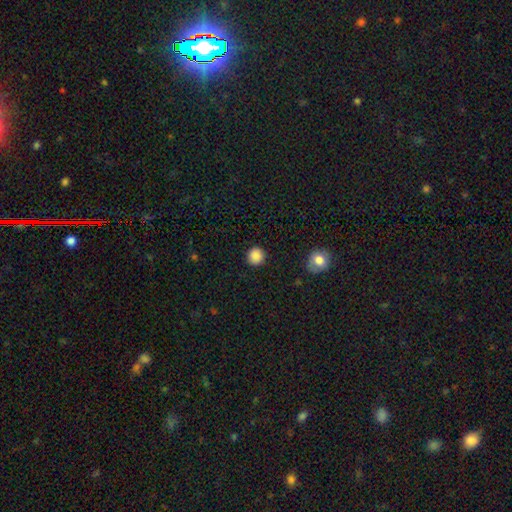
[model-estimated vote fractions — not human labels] Q: Smooth or featured?
A: smooth (87%); runner-up: star or artifact (9%)
Q: How rounded?
A: round (93%); runner-up: in between (6%)
Q: Merging?
A: none (91%); runner-up: minor disturbance (6%)